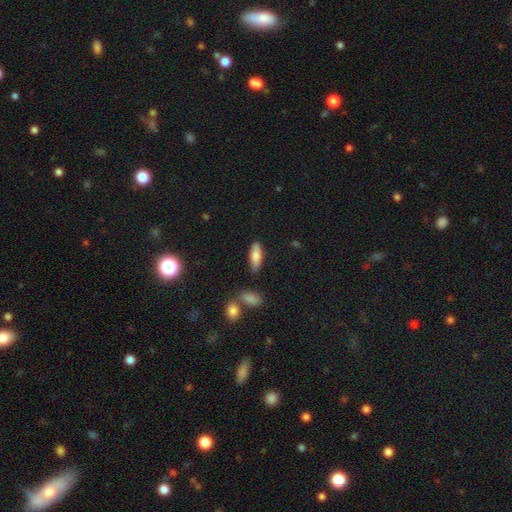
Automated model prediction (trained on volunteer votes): A smooth galaxy with no disk features (80%) that is in between round and cigar-shaped (67%).

Vote fractions:
- Smooth or featured? smooth: 80% / featured or disk: 13% / star or artifact: 7%
- How rounded? in between: 67% / cigar-shaped: 31% / round: 2%
- Merging? none: 81% / minor disturbance: 12% / merger: 4% / major disturbance: 3%